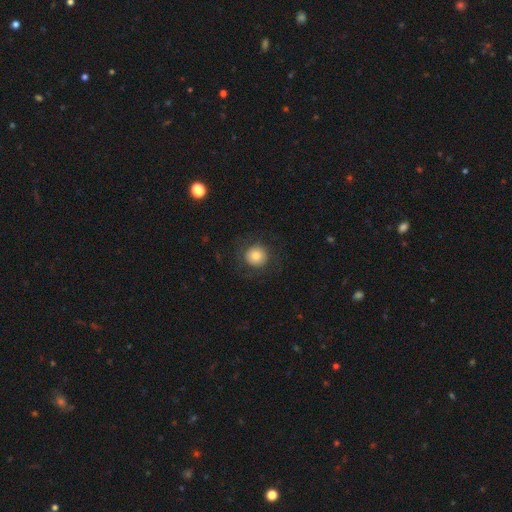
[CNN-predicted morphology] smooth_or_featured: smooth (p=0.78) [alt: featured or disk p=0.13]
how_rounded: round (p=0.94) [alt: in between p=0.06]
merging: none (p=0.83) [alt: minor disturbance p=0.09]